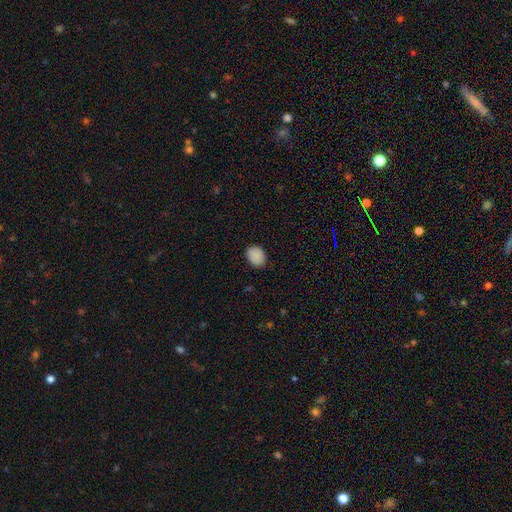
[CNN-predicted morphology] smooth-or-featured: smooth: 88% | star or artifact: 8% | featured or disk: 4%
  how-rounded: round: 50% | in between: 49% | cigar-shaped: 1%
  merging: none: 85% | minor disturbance: 12% | major disturbance: 2% | merger: 1%